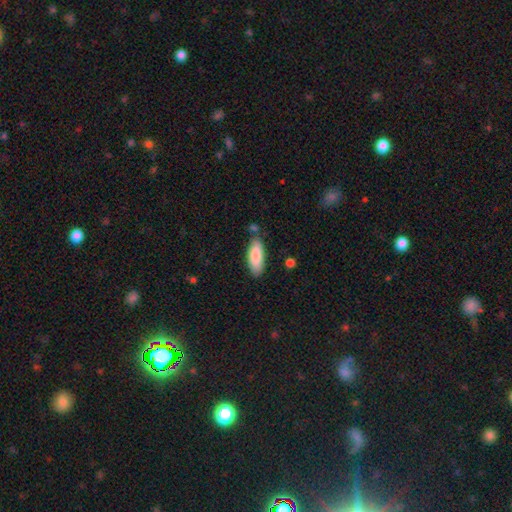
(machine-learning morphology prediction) Smooth or featured: smooth — 86% (featured or disk — 8%)
How rounded: in between — 68% (cigar-shaped — 30%)
Merging: none — 77% (minor disturbance — 15%)